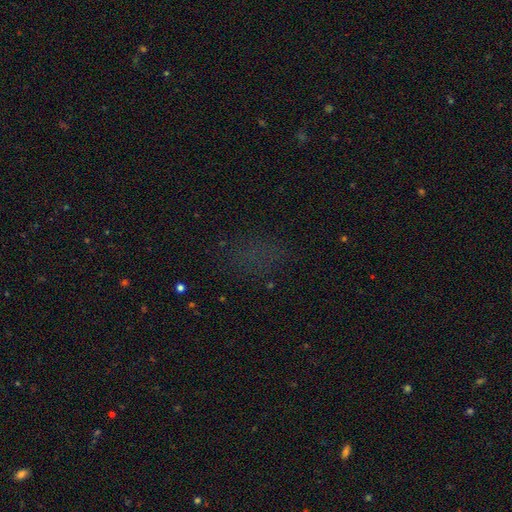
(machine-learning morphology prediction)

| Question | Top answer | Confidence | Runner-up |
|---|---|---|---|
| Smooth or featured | star or artifact | 48% | smooth (39%) |